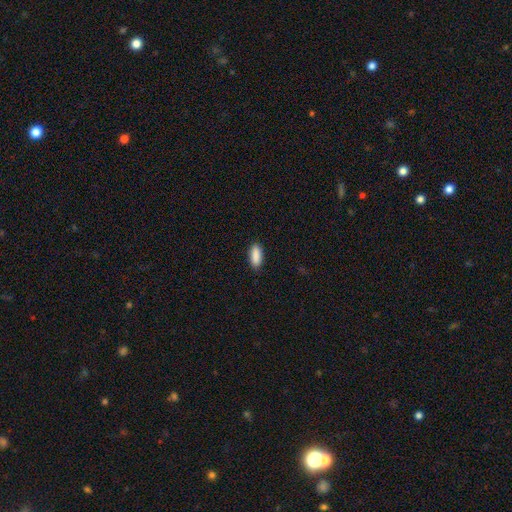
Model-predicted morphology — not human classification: smooth_or_featured: smooth (p=0.90) [alt: star or artifact p=0.06]
how_rounded: in between (p=0.82) [alt: cigar-shaped p=0.16]
merging: none (p=0.88) [alt: minor disturbance p=0.09]